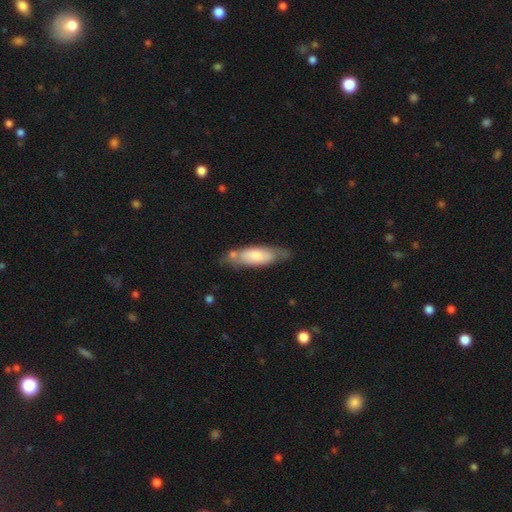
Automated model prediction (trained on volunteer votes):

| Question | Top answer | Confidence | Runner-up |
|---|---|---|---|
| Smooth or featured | smooth | 66% | featured or disk (28%) |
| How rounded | in between | 58% | cigar-shaped (40%) |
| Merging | none | 59% | minor disturbance (25%) |